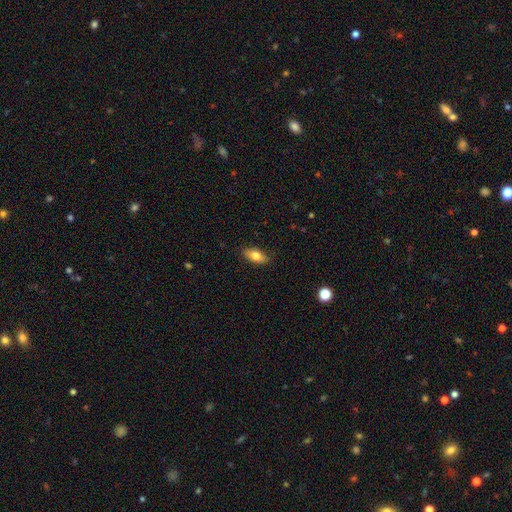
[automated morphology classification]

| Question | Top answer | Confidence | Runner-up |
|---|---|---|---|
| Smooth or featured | smooth | 77% | featured or disk (16%) |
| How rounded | in between | 85% | cigar-shaped (11%) |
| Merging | none | 88% | minor disturbance (9%) |